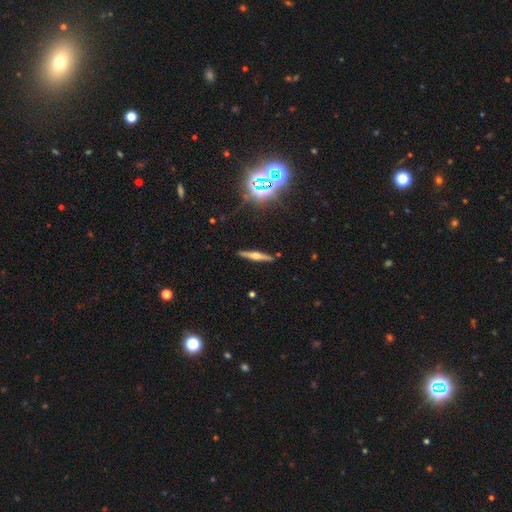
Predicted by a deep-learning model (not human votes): featured or disk 65%, smooth 24%, star or artifact 11%. Down the decision tree: edge-on disk — yes (97%); edge-on bulge — rounded (86%); merging — none (89%).